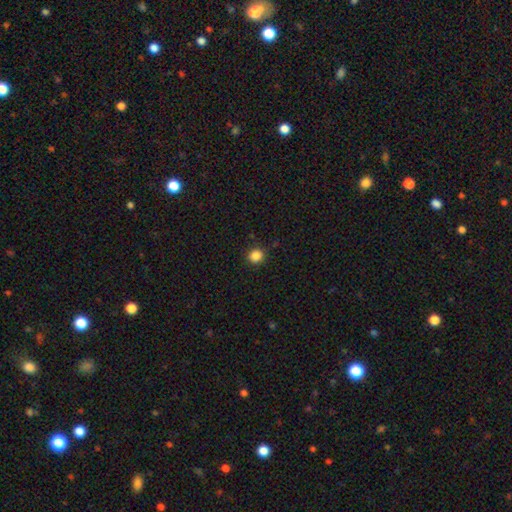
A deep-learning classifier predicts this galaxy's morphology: A smooth galaxy with no disk features (86%) that is round (88%).

Vote fractions:
- Smooth or featured? smooth: 86% / star or artifact: 11% / featured or disk: 3%
- How rounded? round: 88% / in between: 11% / cigar-shaped: 1%
- Merging? none: 91% / minor disturbance: 6% / major disturbance: 2% / merger: 1%